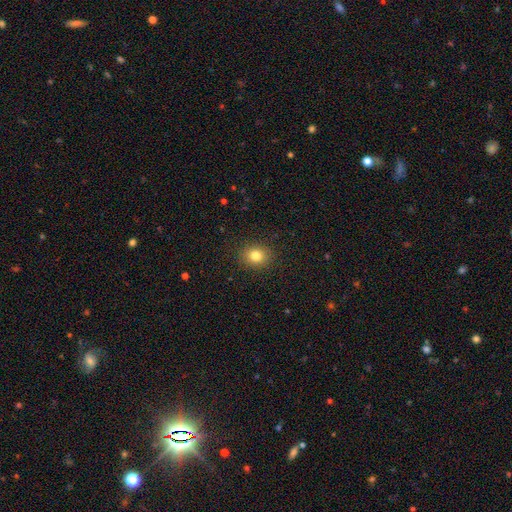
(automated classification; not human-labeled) smooth_or_featured: smooth (p=0.81) [alt: star or artifact p=0.12]
how_rounded: round (p=0.67) [alt: in between p=0.32]
merging: none (p=0.90) [alt: minor disturbance p=0.07]